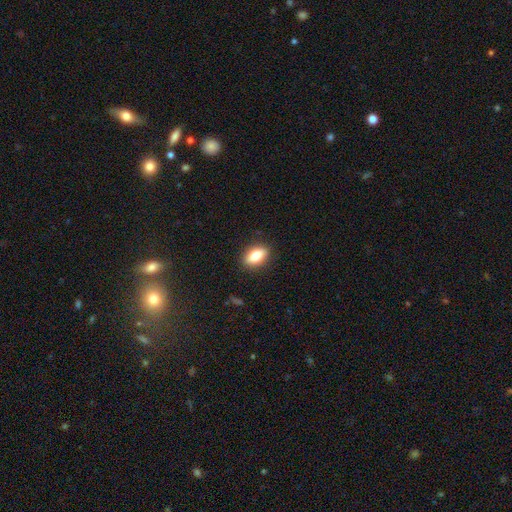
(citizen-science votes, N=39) A smooth galaxy with no disk features (69%) that is in between round and cigar-shaped (81%). Merging: none (81%).